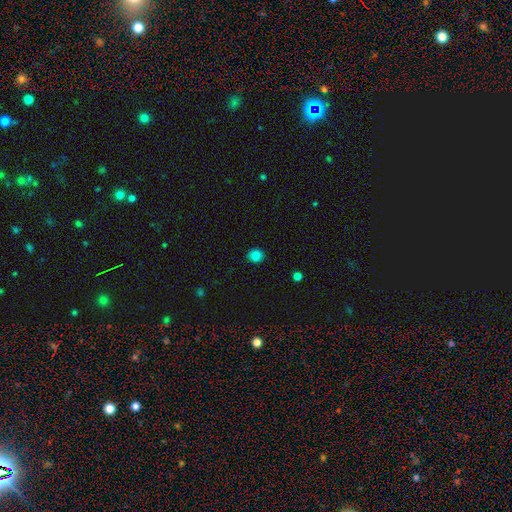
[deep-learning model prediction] Smooth or featured? smooth (83%)
How rounded? round (77%)
Merging? none (83%)